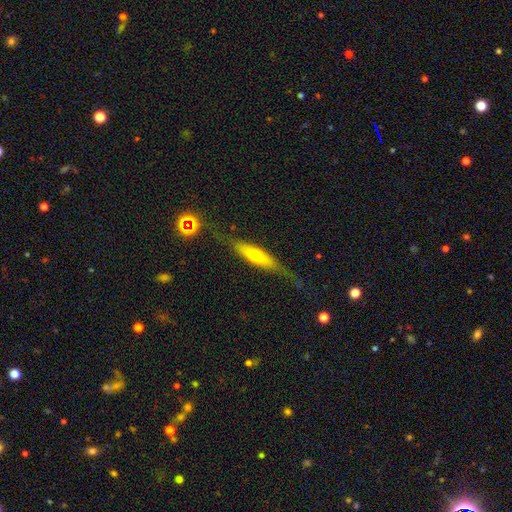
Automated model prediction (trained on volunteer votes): featured or disk 54%, smooth 39%, star or artifact 7%. Down the decision tree: edge-on disk — yes (88%); merging — none (69%).